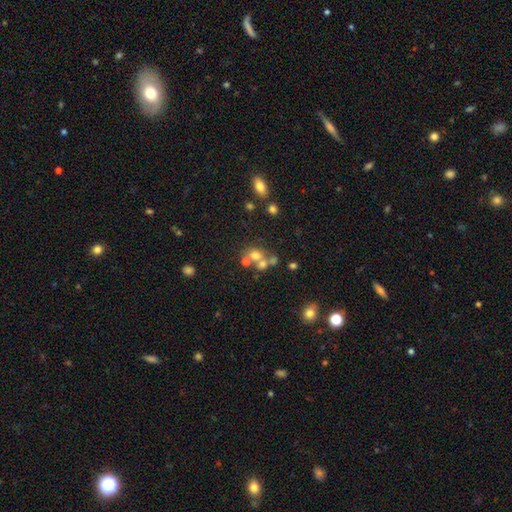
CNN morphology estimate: Overall: smooth (61%). How rounded: round (78%). Merging: none (44%; merger 43%).